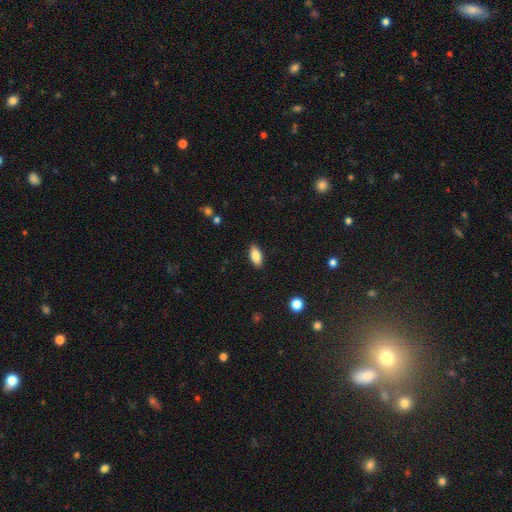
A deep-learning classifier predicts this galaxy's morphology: Smooth or featured? smooth (84%)
How rounded? in between (89%)
Merging? none (88%)